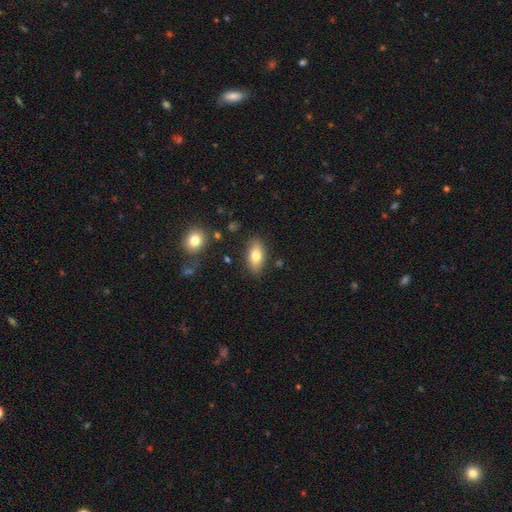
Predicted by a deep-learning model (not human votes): Morphology: type=smooth (75%); roundness=in between (86%); merging=none (84%).